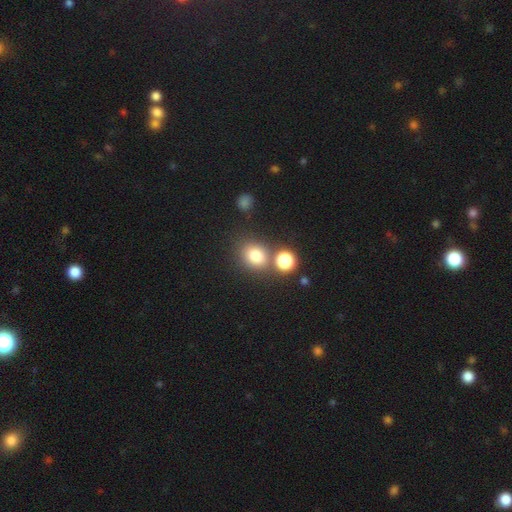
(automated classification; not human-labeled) smooth_or_featured: smooth (p=0.77) [alt: star or artifact p=0.15]
how_rounded: round (p=0.67) [alt: in between p=0.32]
merging: none (p=0.67) [alt: merger p=0.18]